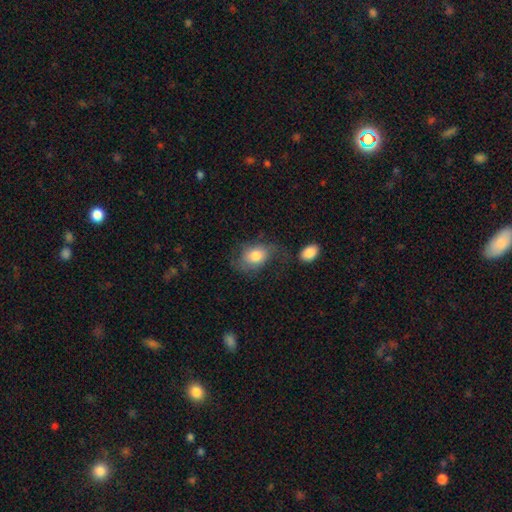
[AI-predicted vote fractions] Q: Smooth or featured?
A: smooth (71%); runner-up: featured or disk (21%)
Q: How rounded?
A: in between (70%); runner-up: round (29%)
Q: Merging?
A: none (43%); runner-up: minor disturbance (26%)